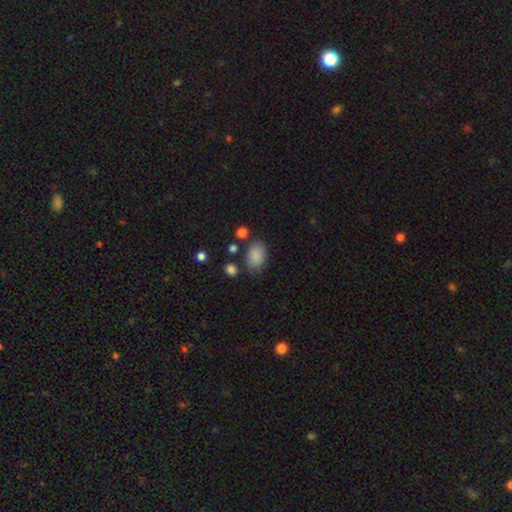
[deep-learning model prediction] This appears to be a smooth galaxy with no disk features (86%) that is in between round and cigar-shaped (86%). Merging: none (73%).